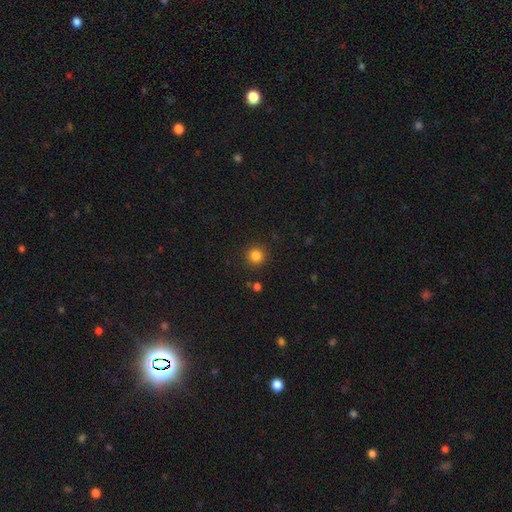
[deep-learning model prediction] A smooth galaxy with no disk features (84%) that is round (94%).

Vote fractions:
- Smooth or featured? smooth: 84% / star or artifact: 12% / featured or disk: 4%
- How rounded? round: 94% / in between: 5% / cigar-shaped: 1%
- Merging? none: 91% / minor disturbance: 5% / major disturbance: 2% / merger: 2%